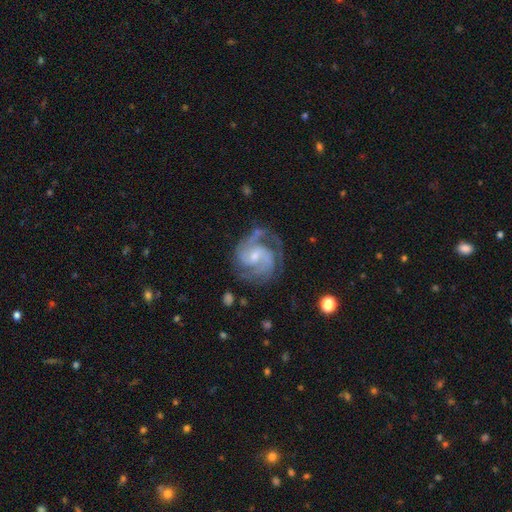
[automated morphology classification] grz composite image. It shows a featured or disk galaxy (90%) with a weak bar (51%), 2 (64%) medium (49%) spiral arms (97%) and a small central bulge (59%). Merging: none (68%).